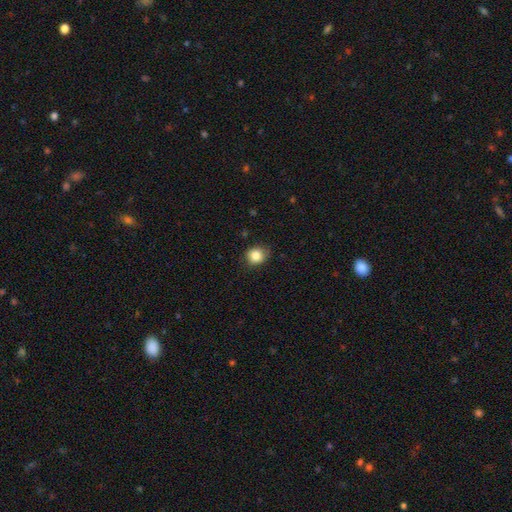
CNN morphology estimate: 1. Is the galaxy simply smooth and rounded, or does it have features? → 84% smooth, 10% star or artifact, 6% featured or disk.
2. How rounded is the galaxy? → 76% round, 23% in between, 1% cigar-shaped.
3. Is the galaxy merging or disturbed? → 79% none, 17% minor disturbance, 3% major disturbance, 1% merger.